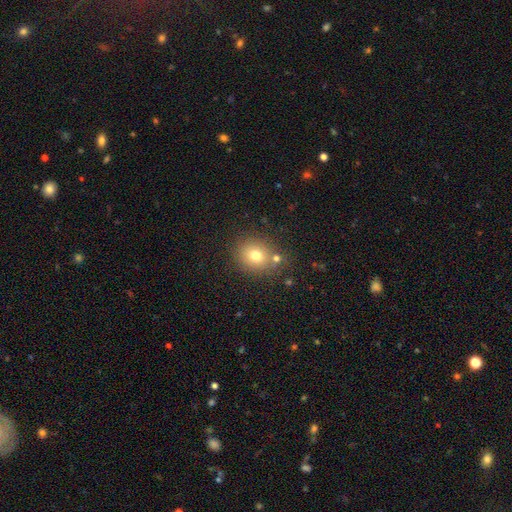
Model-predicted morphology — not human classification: This appears to be a smooth galaxy with no disk features (74%) that is round (76%). Merging: none (71%).